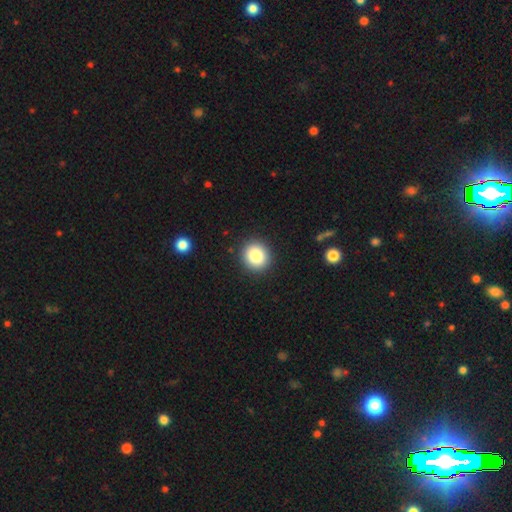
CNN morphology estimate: This appears to be a smooth galaxy with no disk features (84%) that is round (85%). Merging: none (91%).